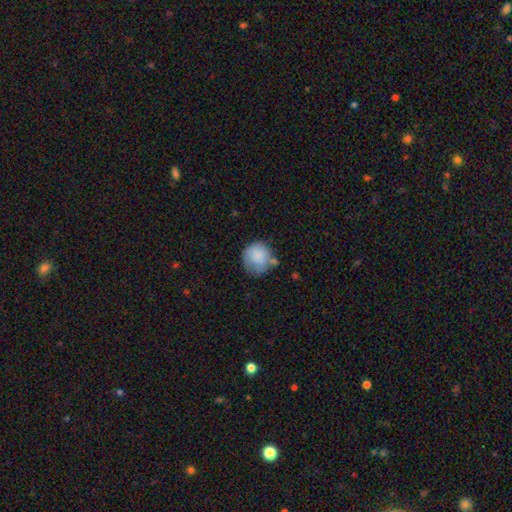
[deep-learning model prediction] smooth_or_featured: smooth (p=0.83) [alt: featured or disk p=0.10]
how_rounded: round (p=0.87) [alt: in between p=0.12]
merging: none (p=0.55) [alt: minor disturbance p=0.26]